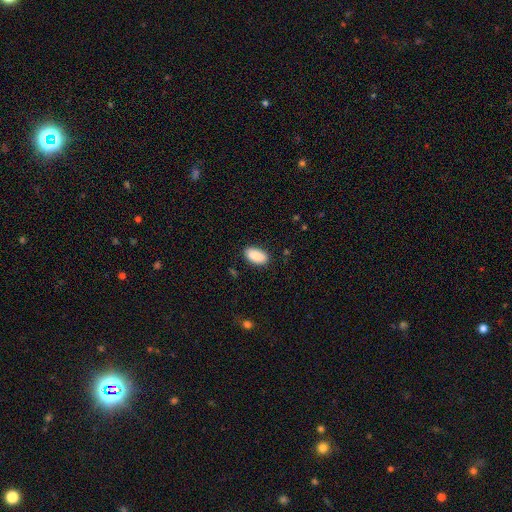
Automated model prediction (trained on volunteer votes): Smooth or featured: smooth — 91% (star or artifact — 6%)
How rounded: in between — 94% (round — 3%)
Merging: none — 86% (minor disturbance — 10%)